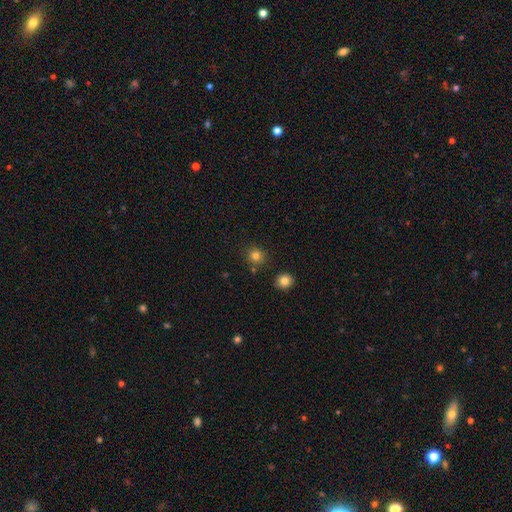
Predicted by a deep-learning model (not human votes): A smooth galaxy with no disk features (81%) that is round (90%). Merging: none (84%).